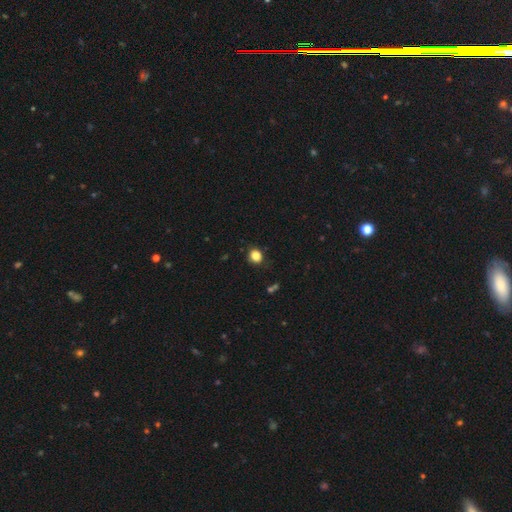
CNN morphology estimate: This appears to be a smooth galaxy with no disk features (85%) that is round (75%). Merging: none (87%).